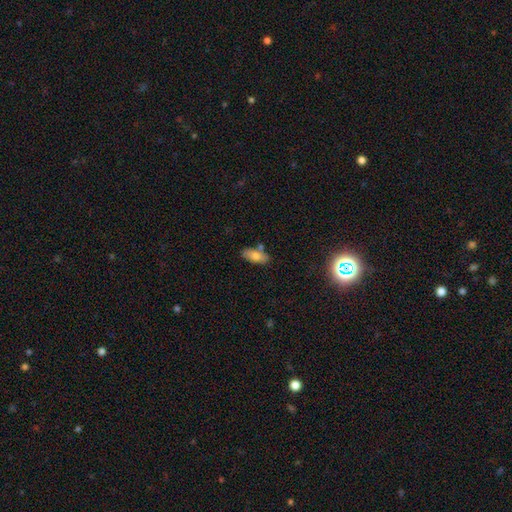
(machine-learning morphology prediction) Overall: smooth (77%). How rounded: in between (85%). Merging: none (71%).